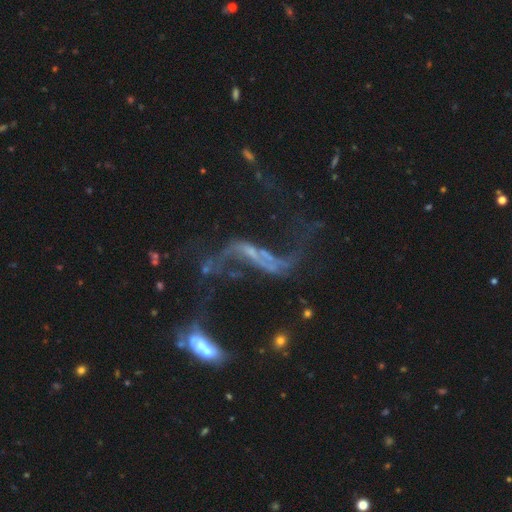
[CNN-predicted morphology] A featured or disk galaxy (80%) with no bar (37%), 2 (87%) loose (91%) spiral arms (82%) and a small central bulge (45%).

Vote fractions:
- Smooth or featured? featured or disk: 80% / star or artifact: 12% / smooth: 8%
- Edge-on disk? no: 91% / yes: 9%
- Bar? no: 37% / weak: 33% / strong: 30%
- Spiral arms? yes: 82% / no: 18%
- Spiral winding? loose: 91% / medium: 7% / tight: 3%
- Spiral arm count? 2: 87% / 1: 5% / can't tell: 4% / 3: 1% / 4: 1% / more than 4: 1%
- Bulge size? small: 45% / none: 41% / moderate: 11% / large: 2% / dominant: 1%
- Merging? none: 33% / major disturbance: 29% / merger: 26% / minor disturbance: 12%